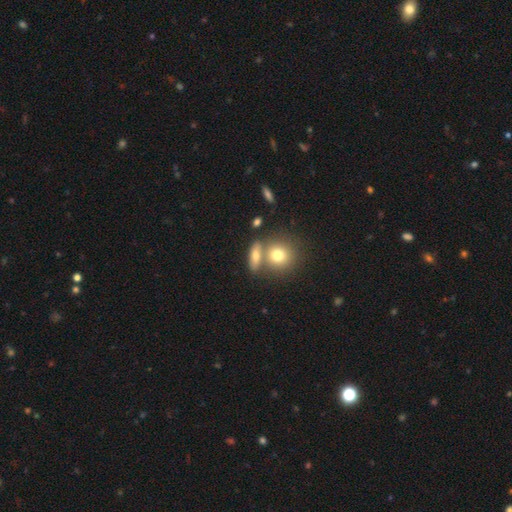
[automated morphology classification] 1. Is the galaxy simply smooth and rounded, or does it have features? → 71% smooth, 19% featured or disk, 10% star or artifact.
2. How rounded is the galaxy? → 51% in between, 30% round, 19% cigar-shaped.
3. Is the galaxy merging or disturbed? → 58% none, 27% merger, 11% minor disturbance, 4% major disturbance.